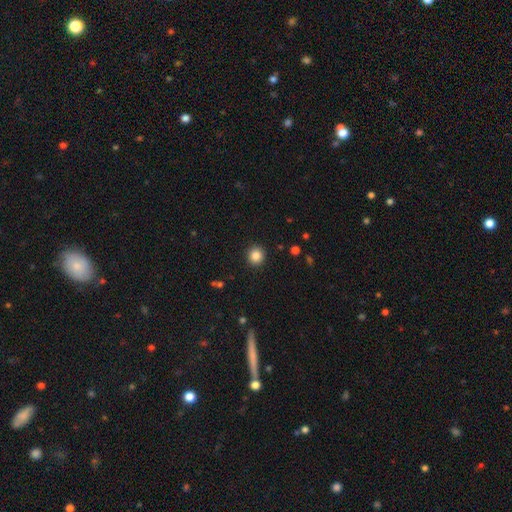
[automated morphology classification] Smooth or featured? Predicted: smooth (p=0.85). How rounded? Predicted: round (p=0.91). Merging? Predicted: none (p=0.92).